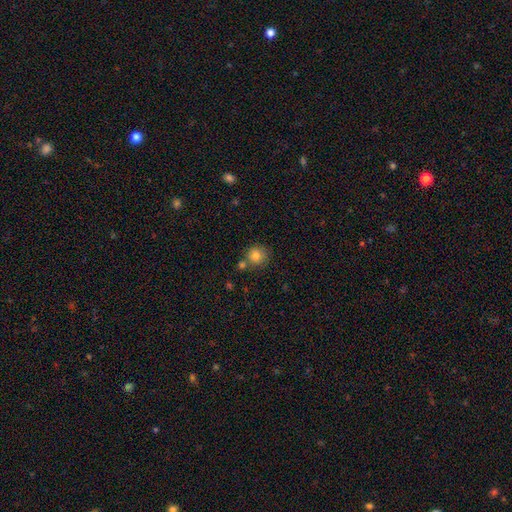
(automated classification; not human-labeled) smooth-or-featured: smooth: 80% | star or artifact: 11% | featured or disk: 8%
  how-rounded: round: 90% | in between: 9% | cigar-shaped: 1%
  merging: none: 69% | merger: 18% | minor disturbance: 10% | major disturbance: 3%